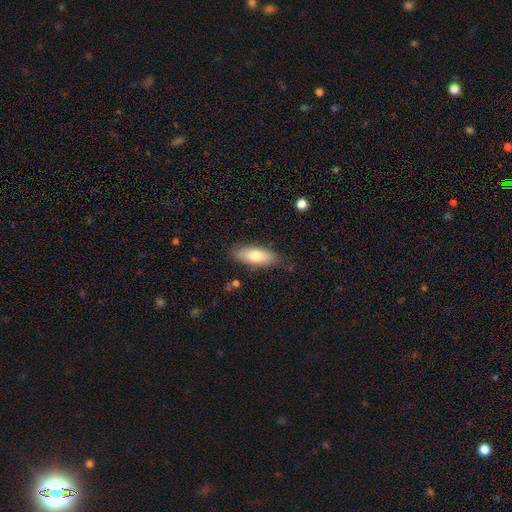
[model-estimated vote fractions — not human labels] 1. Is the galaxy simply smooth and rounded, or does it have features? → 75% smooth, 18% featured or disk, 6% star or artifact.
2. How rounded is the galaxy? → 74% in between, 24% cigar-shaped, 2% round.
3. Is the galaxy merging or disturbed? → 82% none, 13% minor disturbance, 3% major disturbance, 2% merger.